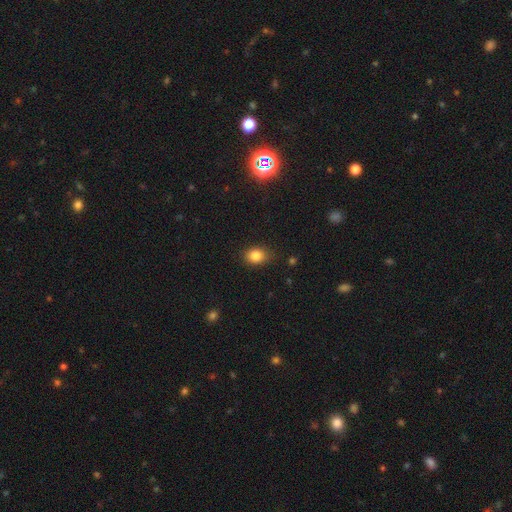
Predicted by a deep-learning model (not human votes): smooth 84%, star or artifact 11%, featured or disk 6%. Down the decision tree: how rounded — in between (56%); merging — none (80%).